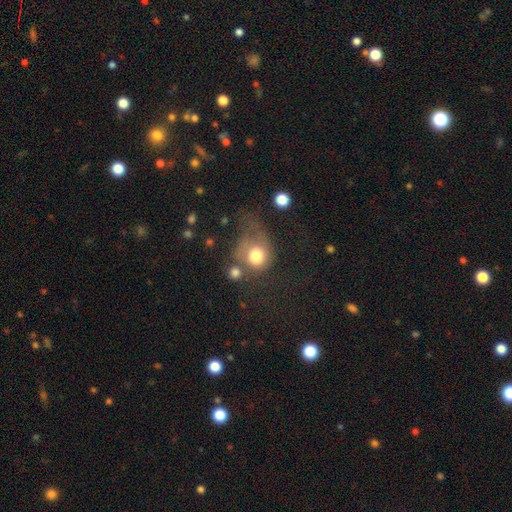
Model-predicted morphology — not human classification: Overall: smooth (72%). How rounded: round (74%). Merging: major disturbance (38%; none 24%).